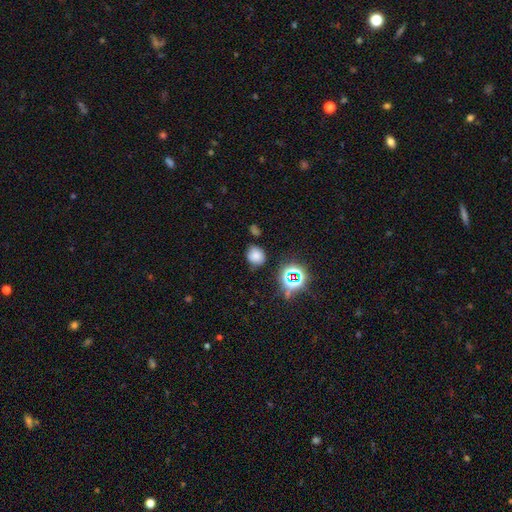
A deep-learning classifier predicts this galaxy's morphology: Smooth or featured?
  - smooth: 70% *
  - star or artifact: 23%
  - featured or disk: 7%
How rounded?
  - round: 73% *
  - in between: 26%
  - cigar-shaped: 1%
Merging?
  - none: 75% *
  - minor disturbance: 17%
  - major disturbance: 5%
  - merger: 4%